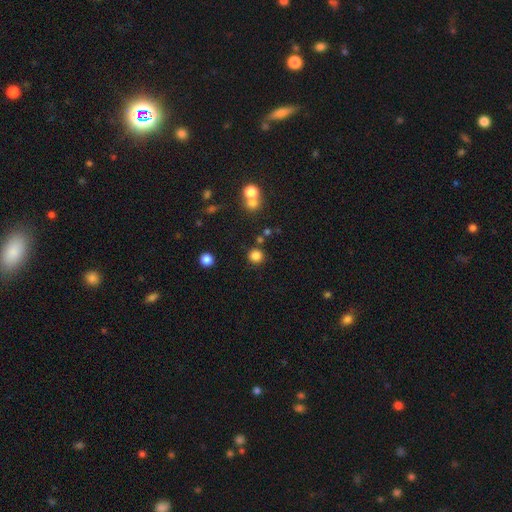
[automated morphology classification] This is clearly a smooth galaxy (81%). How rounded: clearly round (93%). Merging: clearly none (83%).